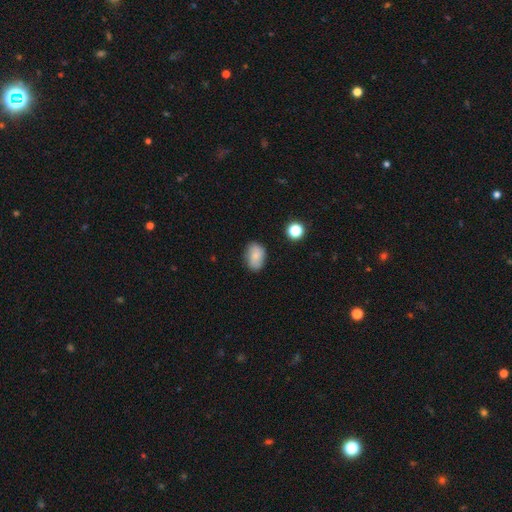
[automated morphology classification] smooth-or-featured: smooth: 77% | featured or disk: 14% | star or artifact: 9%
  how-rounded: in between: 79% | round: 20% | cigar-shaped: 1%
  merging: none: 77% | minor disturbance: 18% | major disturbance: 4% | merger: 2%